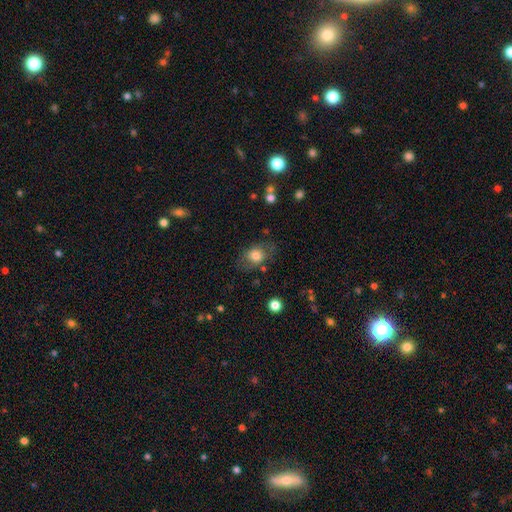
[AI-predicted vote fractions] Smooth or featured? smooth (75%)
How rounded? in between (61%)
Merging? none (70%)